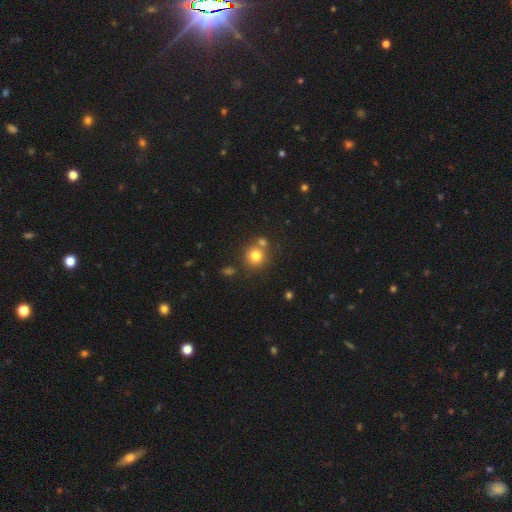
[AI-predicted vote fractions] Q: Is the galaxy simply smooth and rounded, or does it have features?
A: smooth — 78%.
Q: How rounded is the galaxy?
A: round — 91%.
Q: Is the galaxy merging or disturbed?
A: none — 68%.